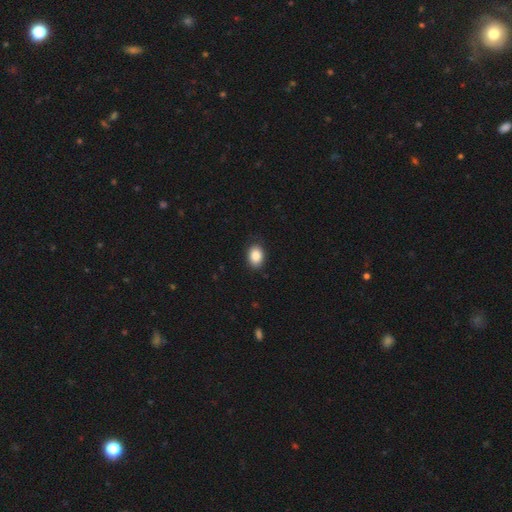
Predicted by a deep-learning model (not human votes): The model was most divided on "how rounded": in between: 77%, round: 22%, cigar-shaped: 1%. More confident: smooth or featured — smooth (88%); merging — none (85%).